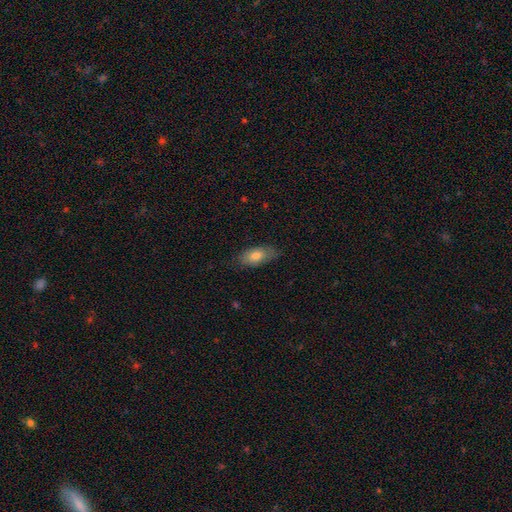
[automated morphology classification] smooth_or_featured: smooth (p=0.75) [alt: featured or disk p=0.18]
how_rounded: in between (p=0.87) [alt: cigar-shaped p=0.09]
merging: none (p=0.75) [alt: minor disturbance p=0.20]